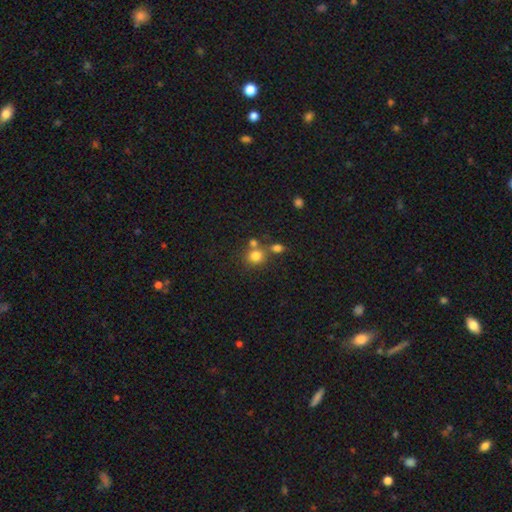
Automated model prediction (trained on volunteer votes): Q: Smooth or featured?
A: smooth (78%); runner-up: star or artifact (13%)
Q: How rounded?
A: round (84%); runner-up: in between (15%)
Q: Merging?
A: none (56%); runner-up: merger (30%)